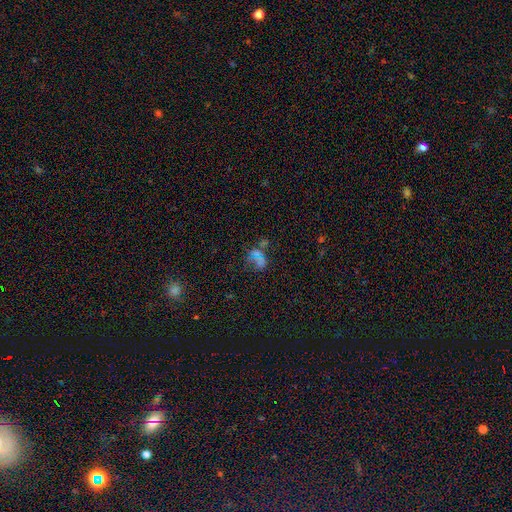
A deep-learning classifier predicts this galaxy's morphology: smooth_or_featured: star or artifact (p=0.44) [alt: smooth p=0.38]